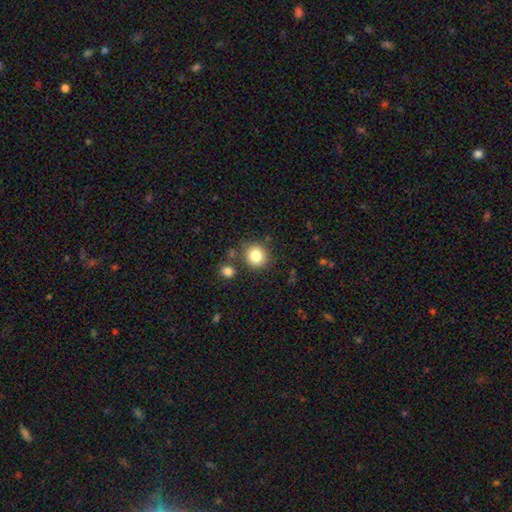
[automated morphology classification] This is clearly a smooth galaxy (82%). How rounded: clearly round (86%). Merging: clearly none (81%).